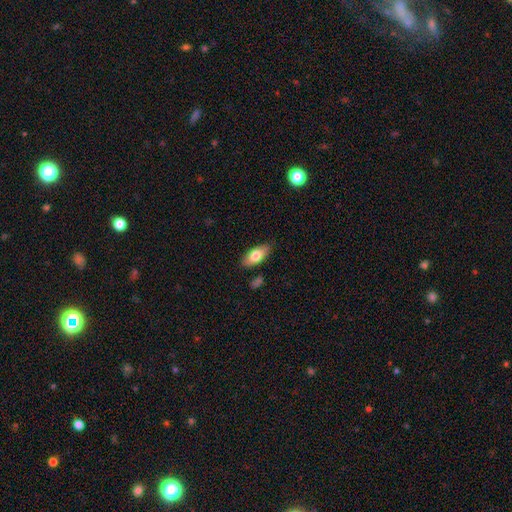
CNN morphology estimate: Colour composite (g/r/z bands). It shows a smooth galaxy with no disk features (75%) that is in between round and cigar-shaped (86%). Merging: none (84%).